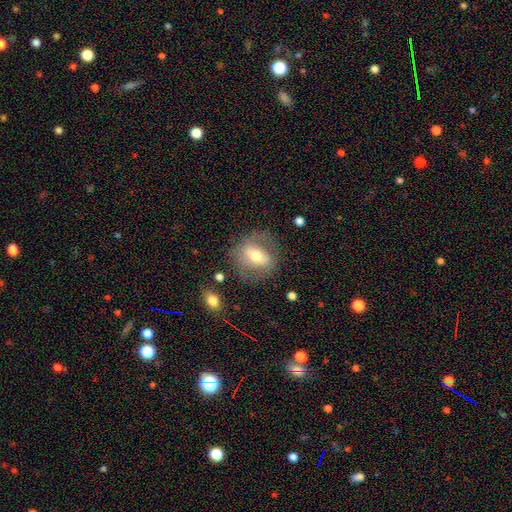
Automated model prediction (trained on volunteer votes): Smooth or featured?
  - featured or disk: 48% *
  - smooth: 44%
  - star or artifact: 8%
Merging?
  - none: 69% *
  - minor disturbance: 18%
  - major disturbance: 11%
  - merger: 2%